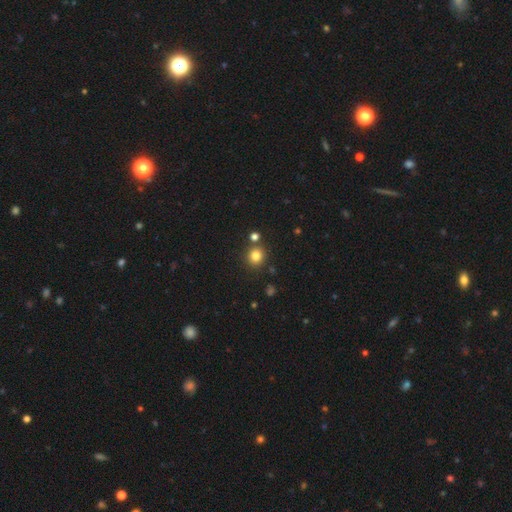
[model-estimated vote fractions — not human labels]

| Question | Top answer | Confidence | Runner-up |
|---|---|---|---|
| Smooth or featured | smooth | 81% | star or artifact (13%) |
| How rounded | round | 89% | in between (10%) |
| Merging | none | 81% | merger (9%) |